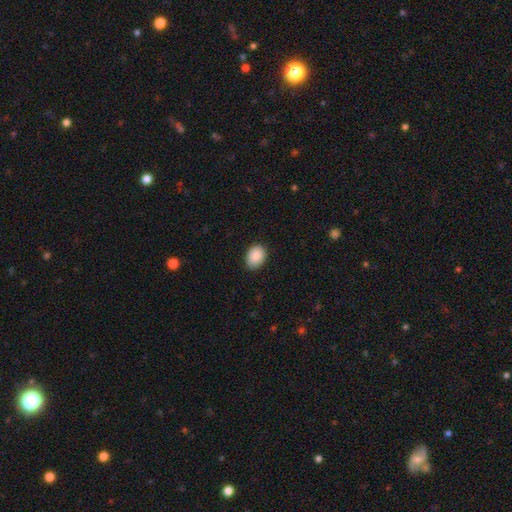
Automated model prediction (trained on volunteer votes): A smooth galaxy with no disk features (89%) that is in between round and cigar-shaped (73%).

Vote fractions:
- Smooth or featured? smooth: 89% / star or artifact: 7% / featured or disk: 4%
- How rounded? in between: 73% / round: 26% / cigar-shaped: 1%
- Merging? none: 86% / minor disturbance: 11% / major disturbance: 2% / merger: 1%